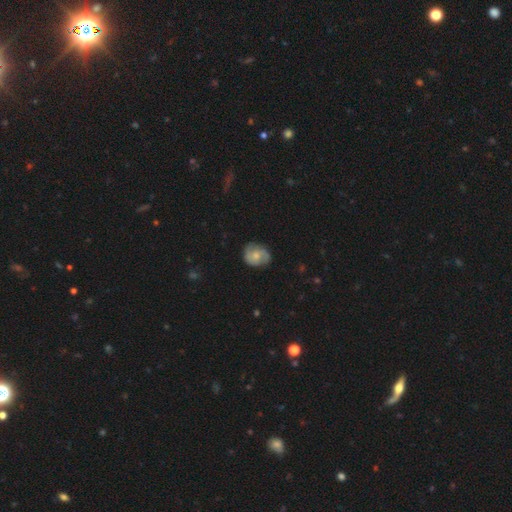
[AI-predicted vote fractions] A smooth galaxy with no disk features (49%). Merging: none (68%).